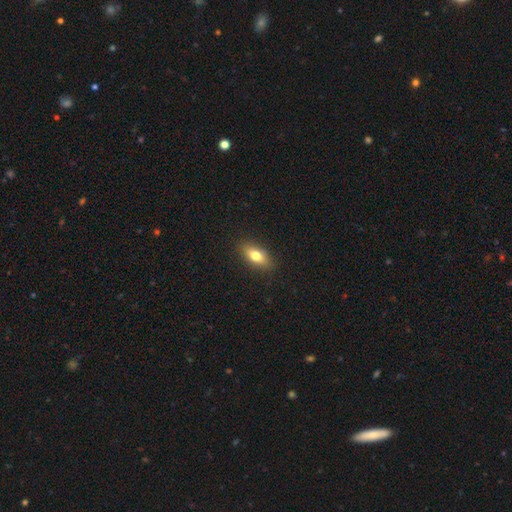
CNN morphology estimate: A smooth galaxy with no disk features (75%) that is in between round and cigar-shaped (81%).

Vote fractions:
- Smooth or featured? smooth: 75% / featured or disk: 17% / star or artifact: 8%
- How rounded? in between: 81% / cigar-shaped: 12% / round: 7%
- Merging? none: 87% / minor disturbance: 9% / major disturbance: 2% / merger: 1%